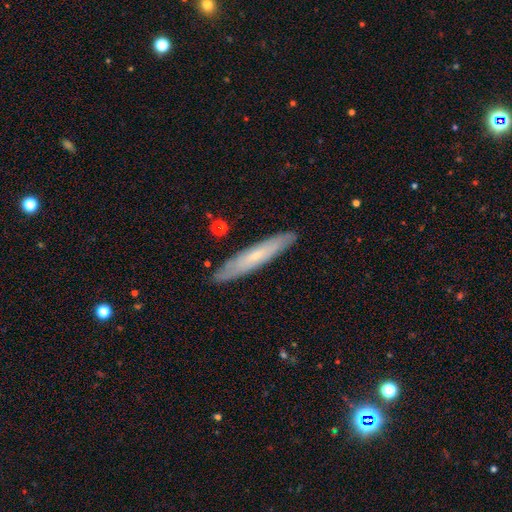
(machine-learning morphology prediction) Smooth or featured? Predicted: featured or disk (p=0.47, tied with smooth). Merging? Predicted: none (p=0.88).